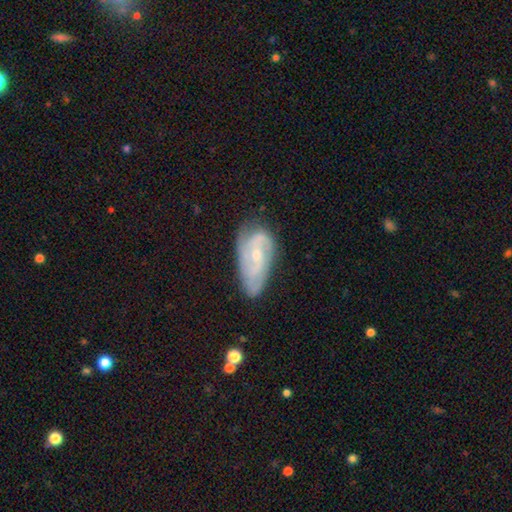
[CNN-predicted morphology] Q: Smooth or featured?
A: featured or disk (76%); runner-up: smooth (18%)
Q: Edge-on disk?
A: no (95%); runner-up: yes (5%)
Q: Bar?
A: no (54%); runner-up: weak (37%)
Q: Spiral arms?
A: yes (91%); runner-up: no (9%)
Q: Spiral winding?
A: medium (44%); runner-up: tight (39%)
Q: Spiral arm count?
A: 2 (48%); runner-up: can't tell (22%)
Q: Bulge size?
A: small (60%); runner-up: moderate (36%)
Q: Merging?
A: none (60%); runner-up: minor disturbance (28%)